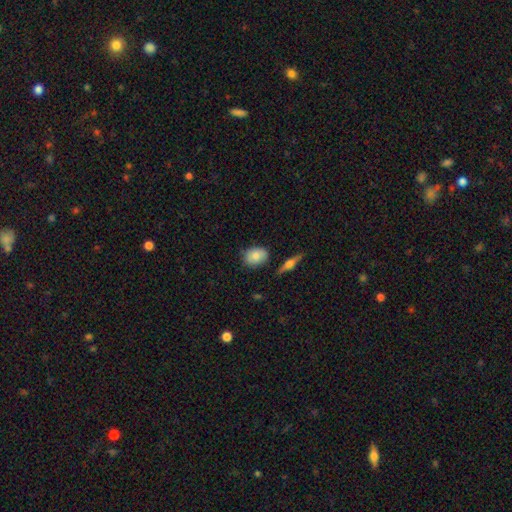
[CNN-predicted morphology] type=smooth (80%); roundness=in between (64%); merging=none (77%).